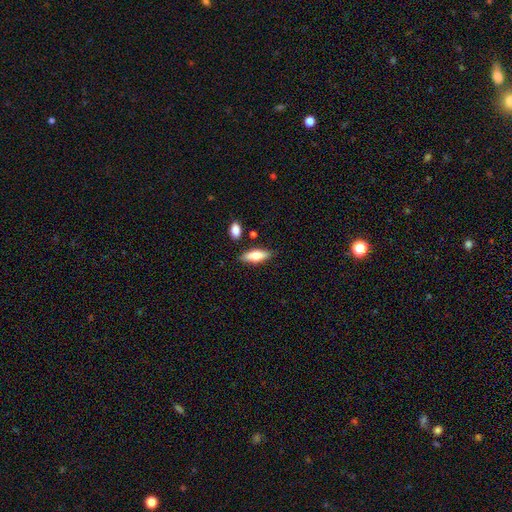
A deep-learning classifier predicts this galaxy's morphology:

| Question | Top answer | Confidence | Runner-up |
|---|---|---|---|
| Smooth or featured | smooth | 67% | featured or disk (26%) |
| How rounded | in between | 66% | cigar-shaped (31%) |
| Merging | none | 80% | minor disturbance (12%) |